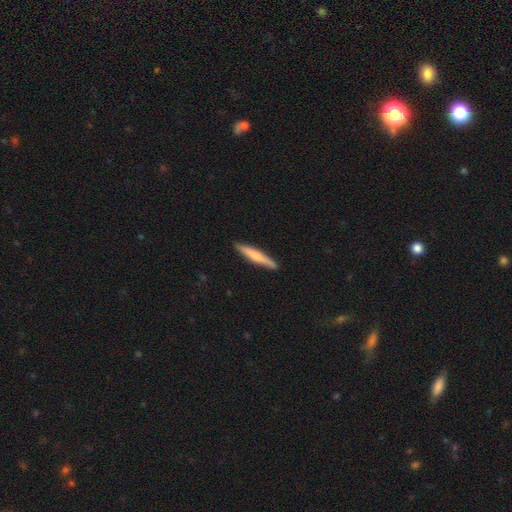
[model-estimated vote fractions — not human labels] smooth_or_featured: smooth (p=0.54) [alt: featured or disk p=0.41]
how_rounded: cigar-shaped (p=0.94) [alt: in between p=0.05]
merging: none (p=0.91) [alt: minor disturbance p=0.07]